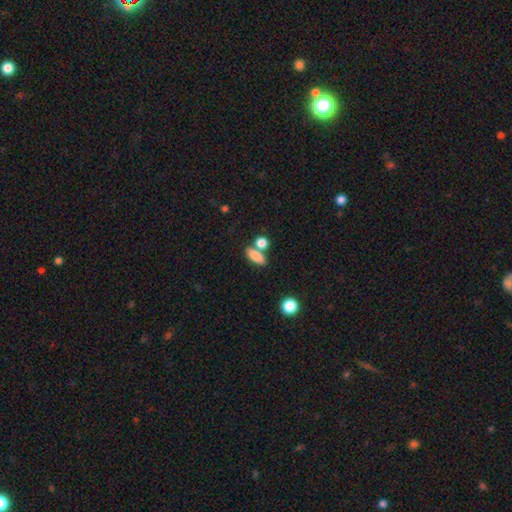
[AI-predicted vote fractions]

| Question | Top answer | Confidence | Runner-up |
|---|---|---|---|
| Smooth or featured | smooth | 83% | featured or disk (9%) |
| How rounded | in between | 75% | cigar-shaped (14%) |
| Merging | none | 57% | merger (28%) |